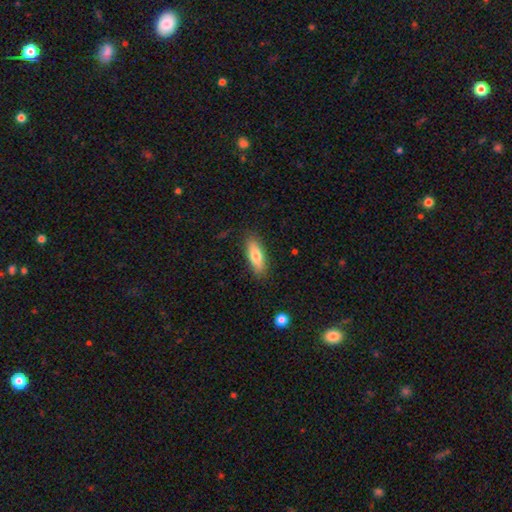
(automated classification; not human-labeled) smooth 76%, featured or disk 18%, star or artifact 6%. Down the decision tree: how rounded — in between (63%); merging — none (85%).